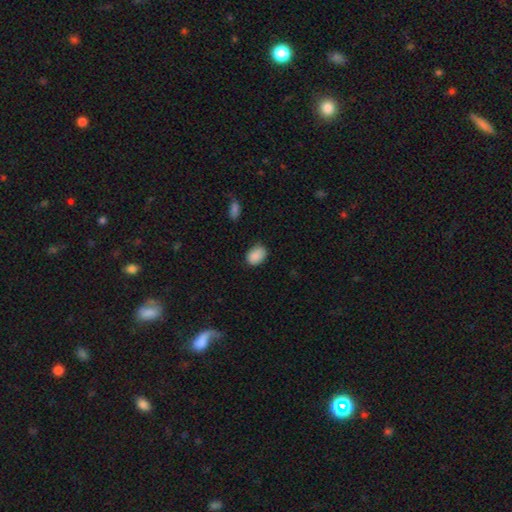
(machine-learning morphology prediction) A smooth galaxy with no disk features (89%) that is in between round and cigar-shaped (76%). Merging: none (78%).